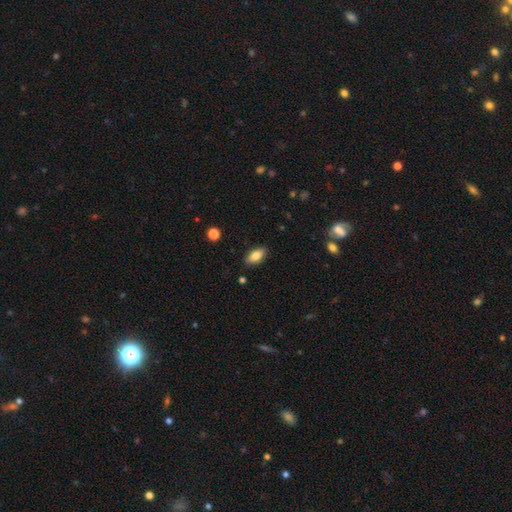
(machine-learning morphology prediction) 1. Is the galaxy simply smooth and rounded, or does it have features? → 80% smooth, 12% featured or disk, 8% star or artifact.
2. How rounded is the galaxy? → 90% in between, 7% cigar-shaped, 4% round.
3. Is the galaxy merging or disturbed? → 87% none, 9% minor disturbance, 2% major disturbance, 1% merger.